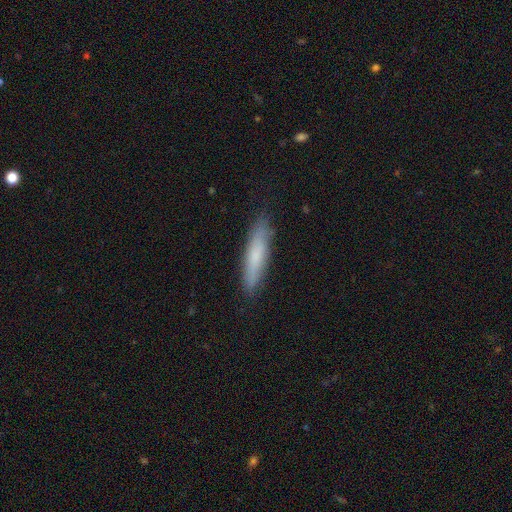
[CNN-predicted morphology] smooth-or-featured: smooth: 70% | featured or disk: 23% | star or artifact: 6%
  how-rounded: cigar-shaped: 86% | in between: 13% | round: 1%
  merging: none: 87% | minor disturbance: 10% | major disturbance: 2% | merger: 1%